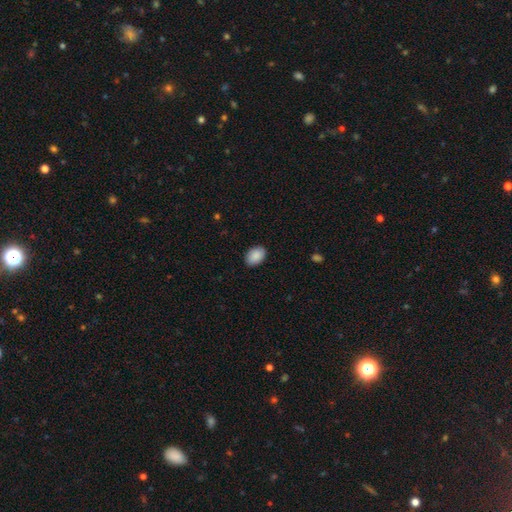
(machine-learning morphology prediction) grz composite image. It shows a smooth galaxy with no disk features (90%) that is in between round and cigar-shaped (86%). Merging: none (89%).